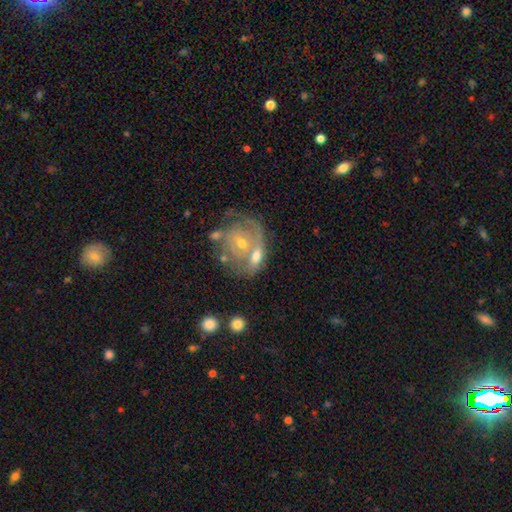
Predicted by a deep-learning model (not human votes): Morphology: type=featured or disk (67%); edge-on=no (97%); bar=no (74%); spiral arms=yes (67%); bulge=small (57%); merging=none (46%).